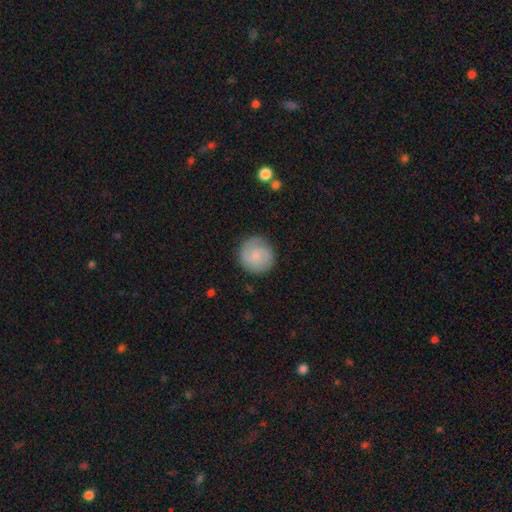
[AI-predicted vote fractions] Overall: smooth (57%; featured or disk 36%). How rounded: round (92%). Merging: none (82%).